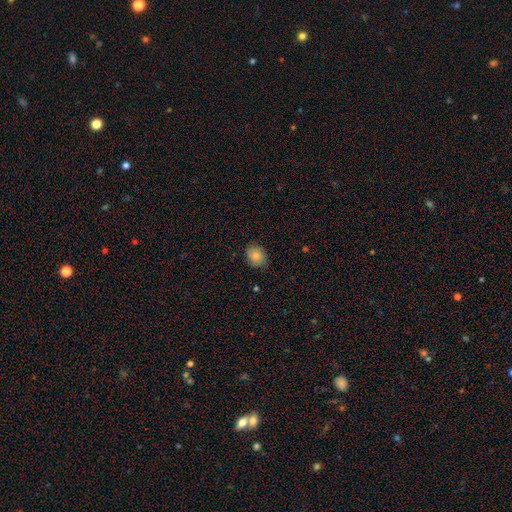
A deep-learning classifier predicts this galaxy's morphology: type=smooth (81%); roundness=round (55%); merging=none (77%).